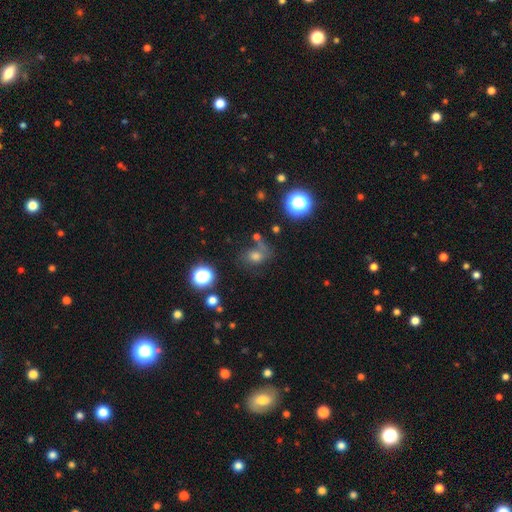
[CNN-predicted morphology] A smooth galaxy with no disk features (56%) that is round (50%). Merging: none (53%).